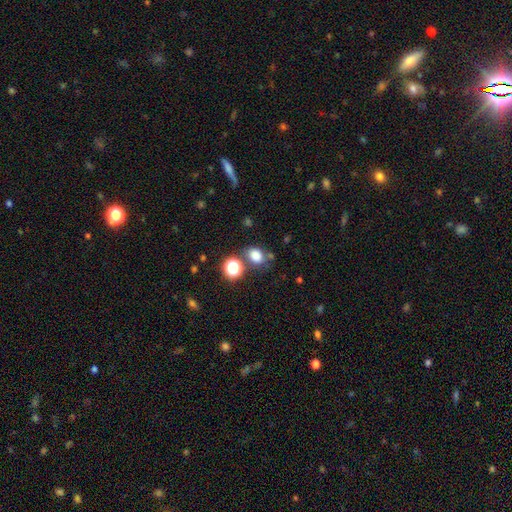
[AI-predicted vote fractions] A smooth galaxy with no disk features (78%) that is in between round and cigar-shaped (56%).

Vote fractions:
- Smooth or featured? smooth: 78% / star or artifact: 15% / featured or disk: 7%
- How rounded? in between: 56% / round: 43% / cigar-shaped: 1%
- Merging? none: 64% / minor disturbance: 15% / merger: 14% / major disturbance: 6%